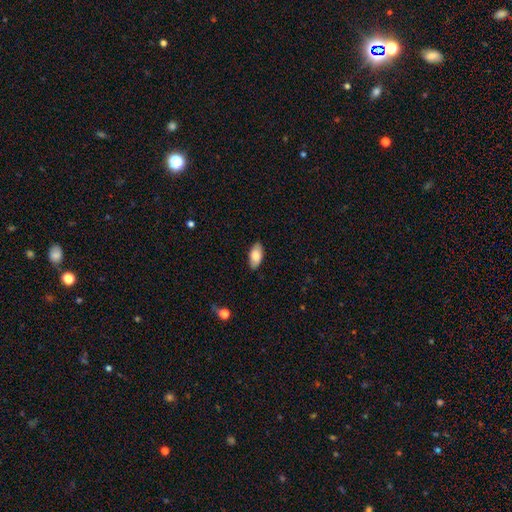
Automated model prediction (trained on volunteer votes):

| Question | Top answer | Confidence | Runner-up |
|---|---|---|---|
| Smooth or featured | smooth | 79% | featured or disk (15%) |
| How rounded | in between | 91% | cigar-shaped (6%) |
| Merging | none | 86% | minor disturbance (11%) |